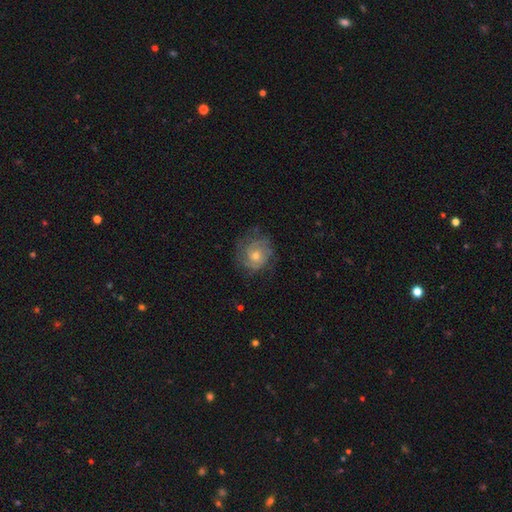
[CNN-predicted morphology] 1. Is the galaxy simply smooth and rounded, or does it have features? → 65% featured or disk, 28% smooth, 7% star or artifact.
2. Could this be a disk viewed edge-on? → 98% no, 2% yes.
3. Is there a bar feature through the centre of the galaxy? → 77% no, 20% weak, 3% strong.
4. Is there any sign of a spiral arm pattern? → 85% yes, 15% no.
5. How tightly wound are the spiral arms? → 56% tight, 33% medium, 12% loose.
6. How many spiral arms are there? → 38% 2, 34% can't tell, 15% 3, 6% 1, 4% 4, 3% more than 4.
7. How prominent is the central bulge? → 52% moderate, 43% small, 2% large, 1% none, 1% dominant.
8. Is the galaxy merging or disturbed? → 67% none, 21% minor disturbance, 10% major disturbance, 1% merger.